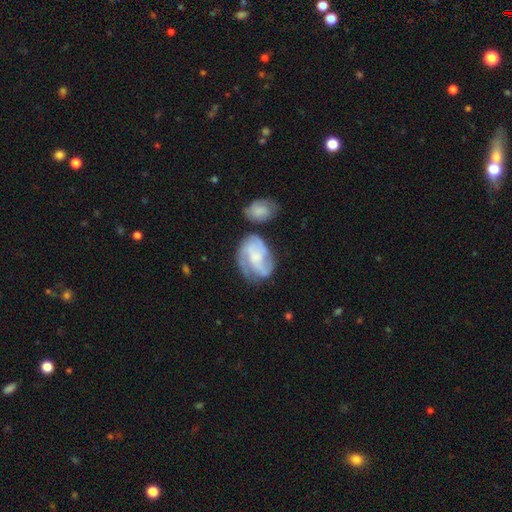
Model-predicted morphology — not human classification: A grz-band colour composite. It shows a featured or disk galaxy (69%) with no bar (58%), 2 (31%) medium (43%) spiral arms (86%) and a small central bulge (34%). Merging: none (43%).